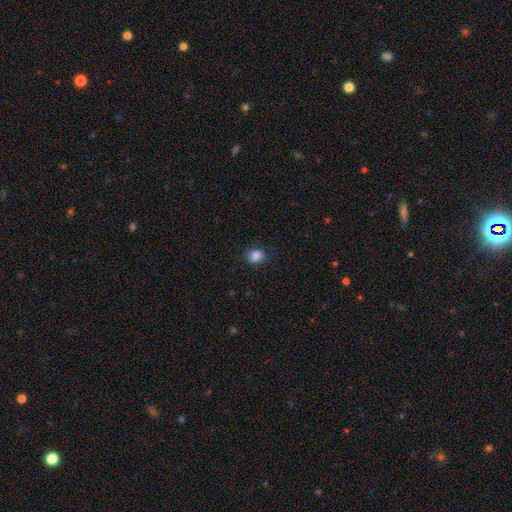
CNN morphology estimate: A smooth galaxy with no disk features (87%) that is round (69%). Merging: none (85%).